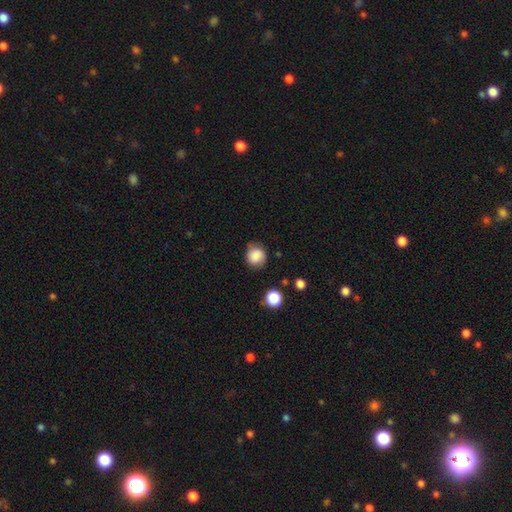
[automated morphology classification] Smooth or featured: smooth — 83% (star or artifact — 9%)
How rounded: round — 83% (in between — 16%)
Merging: none — 72% (minor disturbance — 21%)